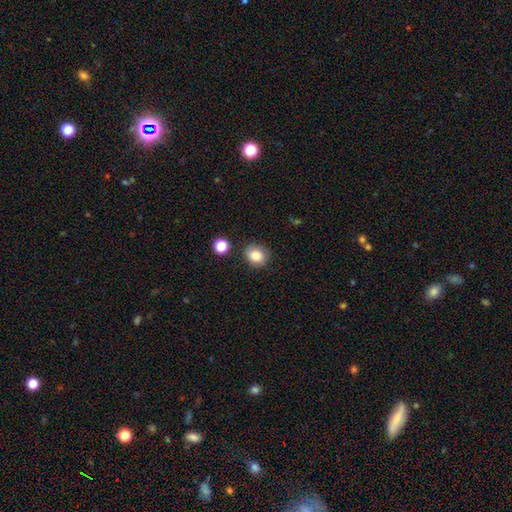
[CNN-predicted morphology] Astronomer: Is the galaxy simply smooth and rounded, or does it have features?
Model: smooth — 84%.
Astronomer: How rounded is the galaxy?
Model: round — 66%.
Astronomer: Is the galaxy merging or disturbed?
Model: none — 79%.